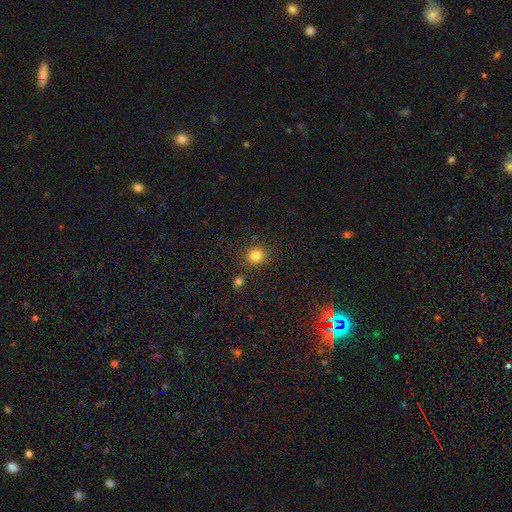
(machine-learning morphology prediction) Overall: smooth (82%). How rounded: round (89%). Merging: none (84%).